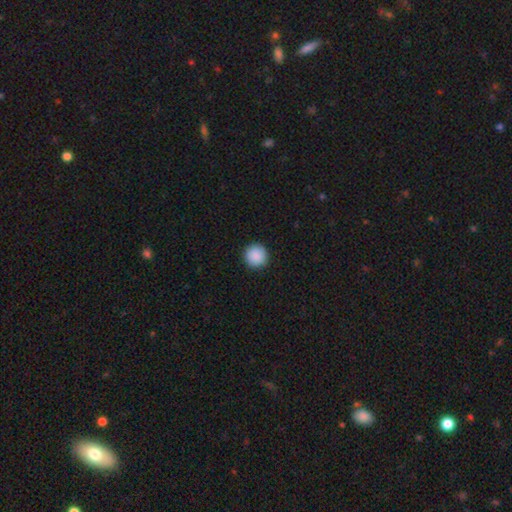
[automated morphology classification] This appears to be a smooth galaxy with no disk features (90%) that is round (96%). Merging: none (93%).